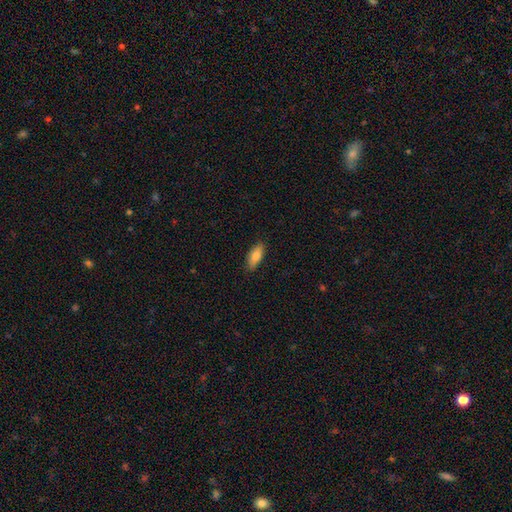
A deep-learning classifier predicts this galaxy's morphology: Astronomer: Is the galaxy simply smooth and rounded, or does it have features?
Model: smooth — 81%.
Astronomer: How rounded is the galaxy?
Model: in between — 75%.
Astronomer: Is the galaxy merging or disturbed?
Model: none — 85%.